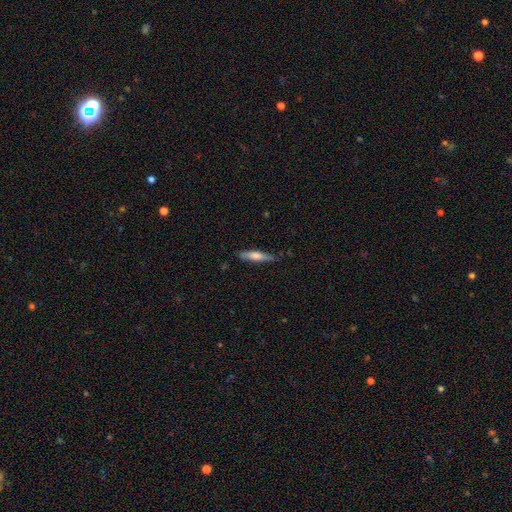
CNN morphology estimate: smooth_or_featured: smooth (p=0.56) [alt: featured or disk p=0.38]
how_rounded: cigar-shaped (p=0.83) [alt: in between p=0.15]
merging: none (p=0.81) [alt: minor disturbance p=0.15]